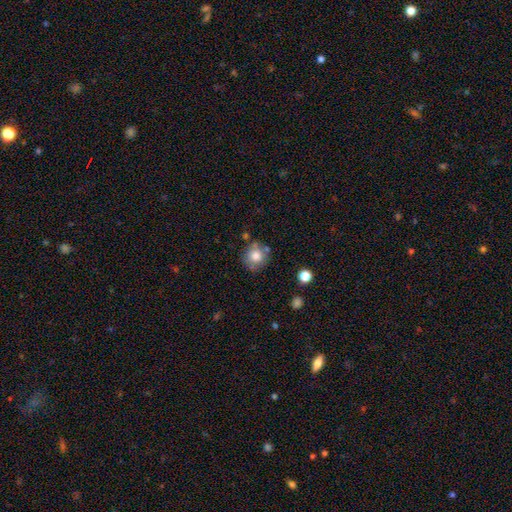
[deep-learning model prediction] Morphology: type=smooth (79%); roundness=round (90%); merging=none (73%).